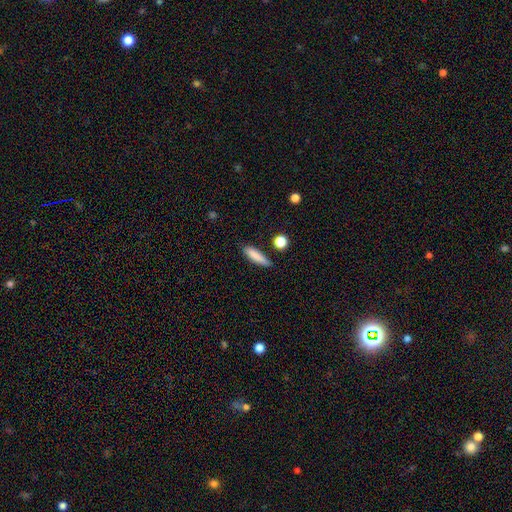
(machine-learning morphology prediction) Smooth or featured? Predicted: smooth (p=0.84). How rounded? Predicted: cigar-shaped (p=0.71). Merging? Predicted: none (p=0.78).